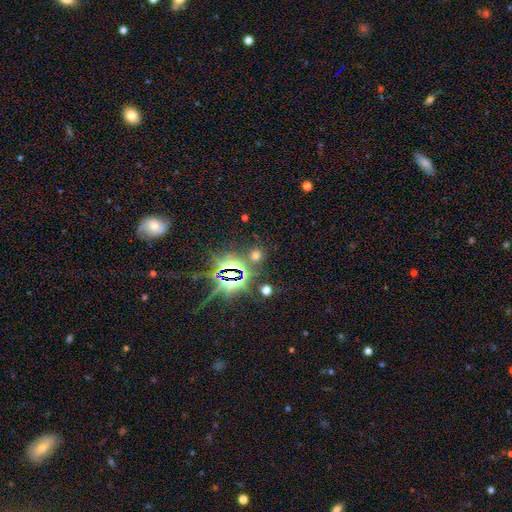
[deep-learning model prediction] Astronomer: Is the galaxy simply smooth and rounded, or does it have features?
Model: star or artifact — 50% (runner-up: smooth, 43%).